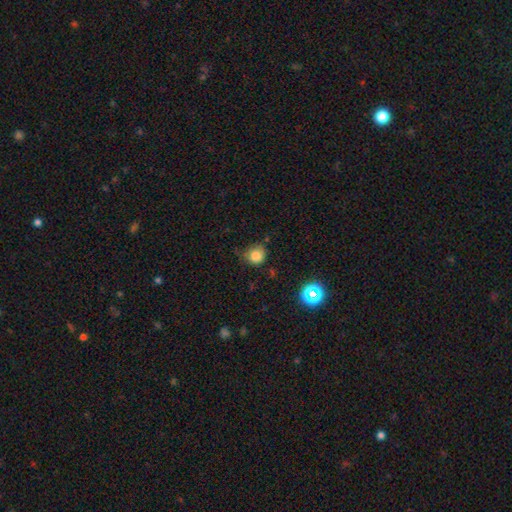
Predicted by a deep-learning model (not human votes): Smooth or featured? smooth (80%)
How rounded? round (83%)
Merging? none (56%)